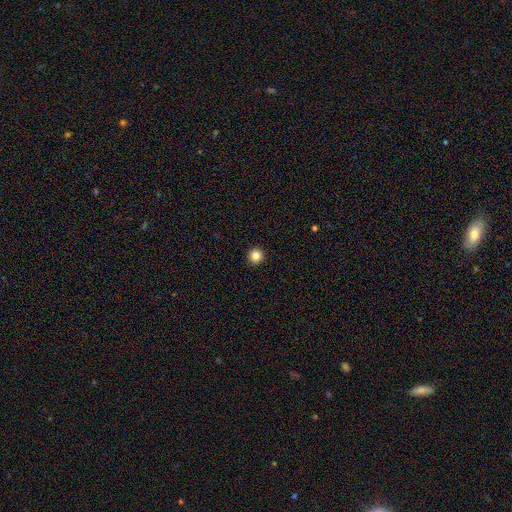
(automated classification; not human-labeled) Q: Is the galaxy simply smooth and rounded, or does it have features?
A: smooth — 84%.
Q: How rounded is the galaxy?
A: round — 95%.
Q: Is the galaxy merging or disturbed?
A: none — 94%.